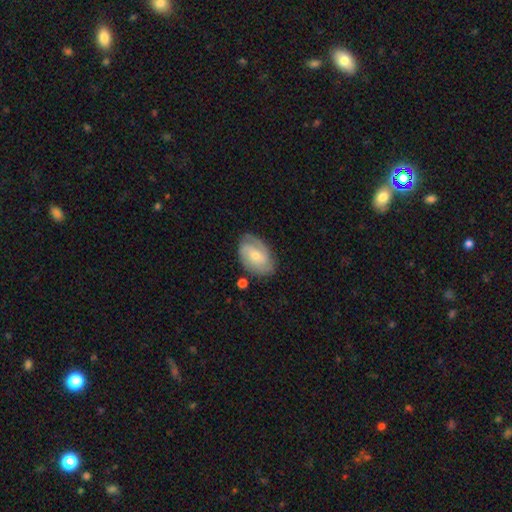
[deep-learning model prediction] Smooth or featured? Predicted: featured or disk (p=0.68). Edge-on disk? Predicted: no (p=0.96). Bar? Predicted: no (p=0.52). Spiral arms? Predicted: yes (p=0.89). Spiral winding? Predicted: tight (p=0.51). Spiral arm count? Predicted: 2 (p=0.45). Bulge size? Predicted: small (p=0.58). Merging? Predicted: none (p=0.73).